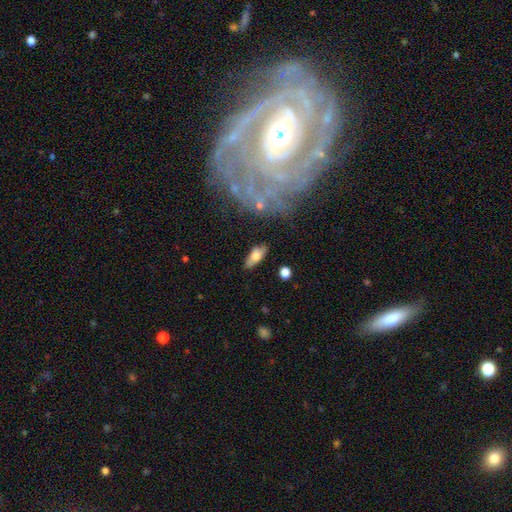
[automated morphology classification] Smooth or featured? Predicted: smooth (p=0.68). How rounded? Predicted: in between (p=0.75). Merging? Predicted: none (p=0.80).